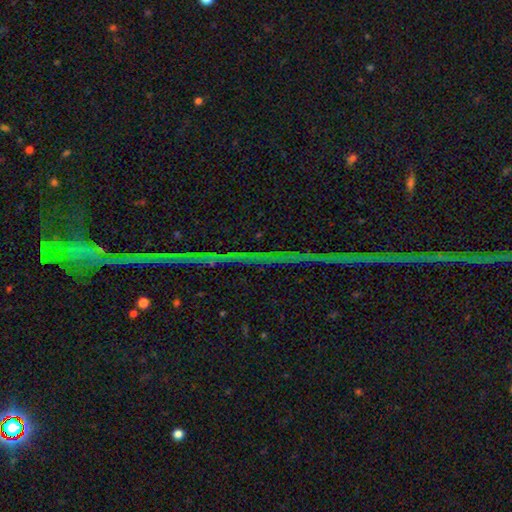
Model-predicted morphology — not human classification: Q: Smooth or featured?
A: star or artifact (86%); runner-up: featured or disk (8%)